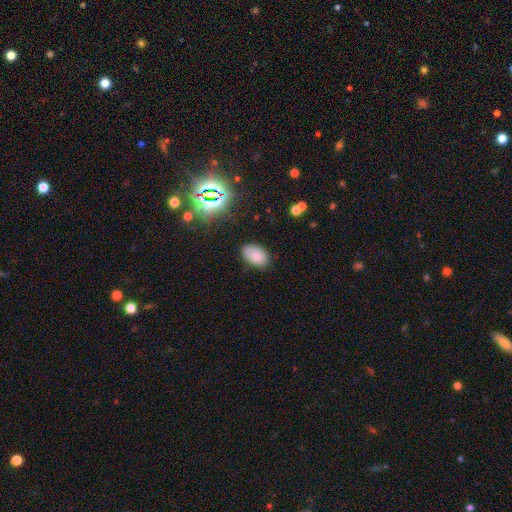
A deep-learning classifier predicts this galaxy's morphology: Smooth or featured? smooth (78%)
How rounded? in between (90%)
Merging? none (76%)